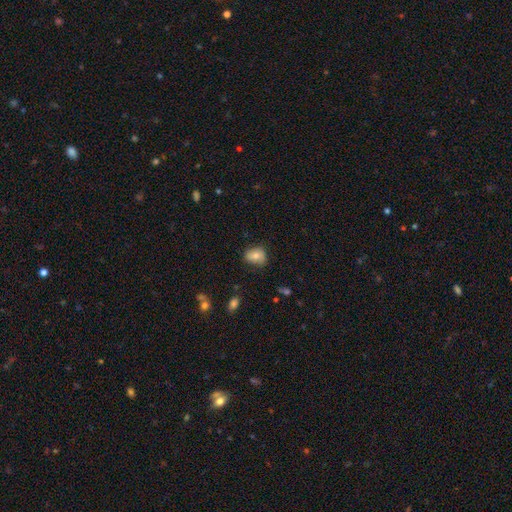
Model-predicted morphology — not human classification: smooth-or-featured: smooth: 73% | featured or disk: 18% | star or artifact: 9%
  how-rounded: in between: 55% | round: 43% | cigar-shaped: 1%
  merging: none: 69% | minor disturbance: 25% | major disturbance: 5% | merger: 2%